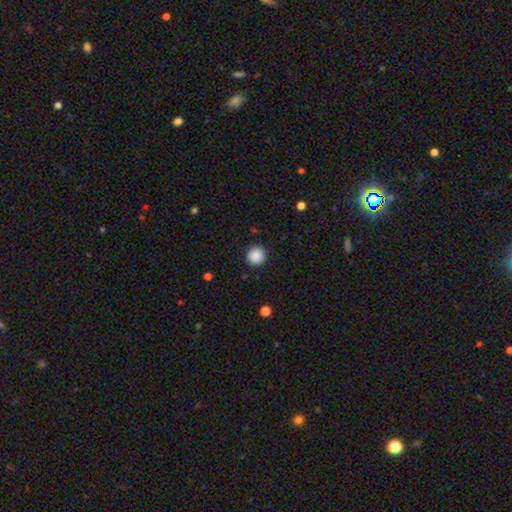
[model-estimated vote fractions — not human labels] smooth-or-featured: smooth: 88% | star or artifact: 9% | featured or disk: 3%
  how-rounded: round: 94% | in between: 5% | cigar-shaped: 1%
  merging: none: 90% | minor disturbance: 7% | major disturbance: 2% | merger: 1%